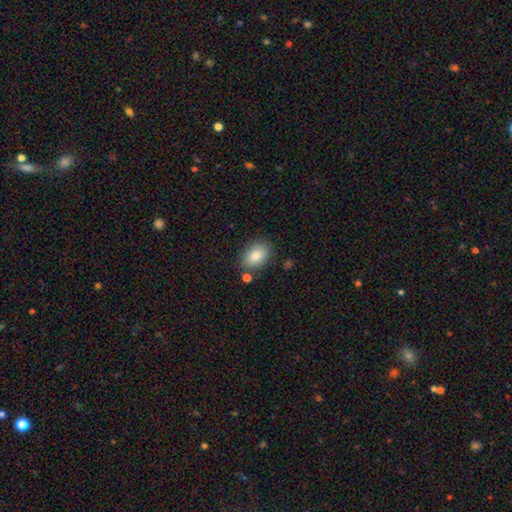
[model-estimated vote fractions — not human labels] Smooth or featured: smooth — 86% (star or artifact — 7%)
How rounded: in between — 86% (round — 13%)
Merging: none — 79% (minor disturbance — 12%)